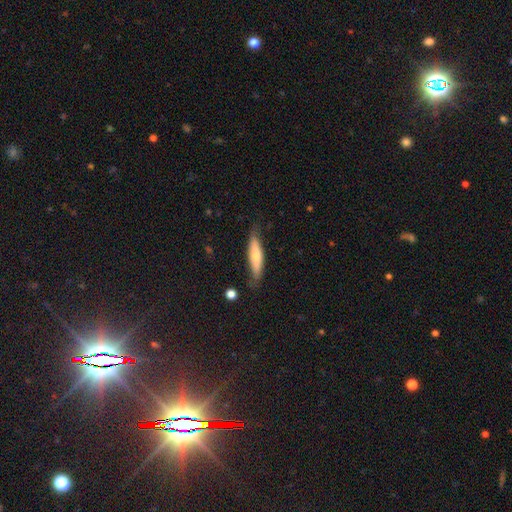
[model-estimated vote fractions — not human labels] smooth 64%, featured or disk 31%, star or artifact 6%. Down the decision tree: how rounded — cigar-shaped (70%); merging — none (72%).